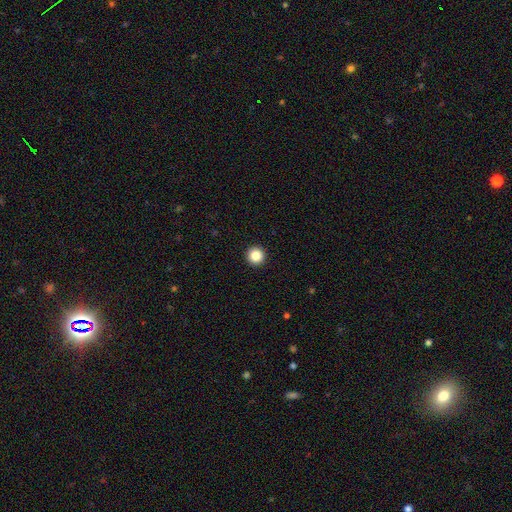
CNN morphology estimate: Q: Smooth or featured?
A: smooth (86%); runner-up: star or artifact (10%)
Q: How rounded?
A: round (96%); runner-up: in between (3%)
Q: Merging?
A: none (94%); runner-up: minor disturbance (4%)